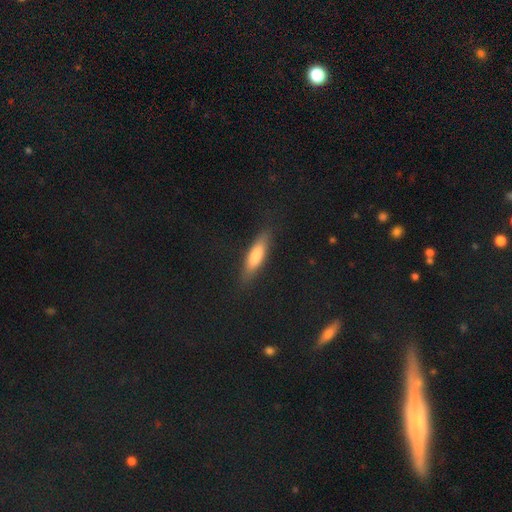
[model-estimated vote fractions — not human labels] Smooth or featured? Predicted: smooth (p=0.68). How rounded? Predicted: cigar-shaped (p=0.70). Merging? Predicted: none (p=0.84).